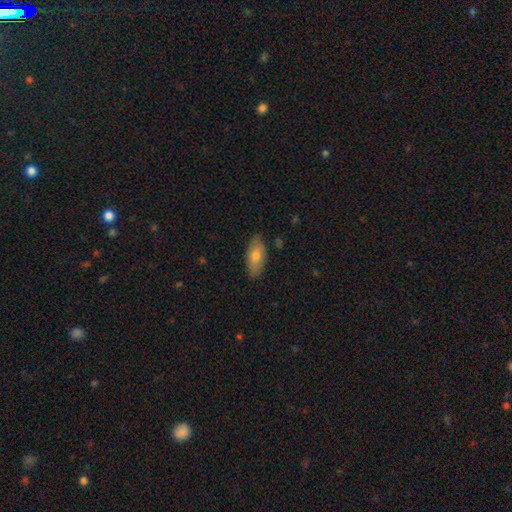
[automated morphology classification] type=smooth (71%); roundness=in between (84%); merging=none (85%).